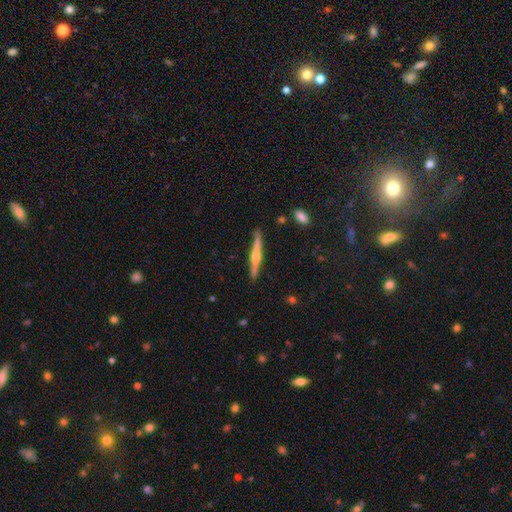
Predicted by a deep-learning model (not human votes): Overall: featured or disk (72%). Edge-on disk: yes (98%). Edge-on bulge: rounded (82%). Merging: none (88%).